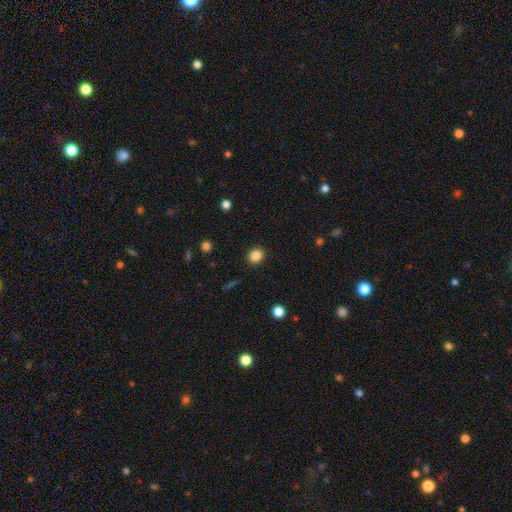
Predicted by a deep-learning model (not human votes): Morphology: type=smooth (85%); roundness=round (71%); merging=none (90%).